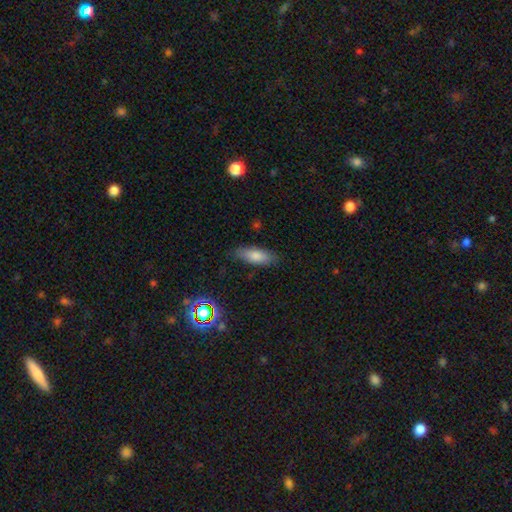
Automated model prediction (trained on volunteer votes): A smooth galaxy with no disk features (76%) that is in between round and cigar-shaped (66%).

Vote fractions:
- Smooth or featured? smooth: 76% / featured or disk: 14% / star or artifact: 9%
- How rounded? in between: 66% / cigar-shaped: 31% / round: 3%
- Merging? none: 82% / minor disturbance: 14% / major disturbance: 3% / merger: 1%